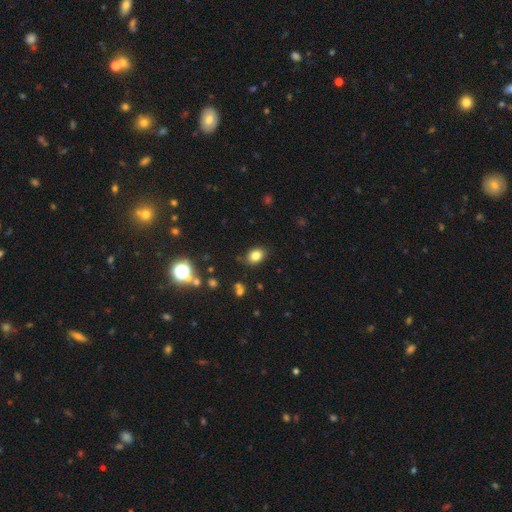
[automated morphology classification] Q: Smooth or featured?
A: smooth (81%); runner-up: star or artifact (12%)
Q: How rounded?
A: in between (73%); runner-up: round (26%)
Q: Merging?
A: none (83%); runner-up: minor disturbance (12%)